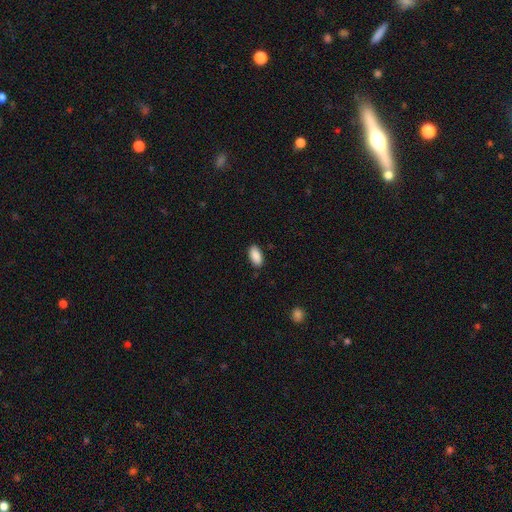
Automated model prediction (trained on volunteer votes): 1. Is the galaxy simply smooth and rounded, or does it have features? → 90% smooth, 7% star or artifact, 3% featured or disk.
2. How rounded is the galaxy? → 93% in between, 5% cigar-shaped, 2% round.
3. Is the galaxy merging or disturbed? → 88% none, 9% minor disturbance, 2% major disturbance, 1% merger.